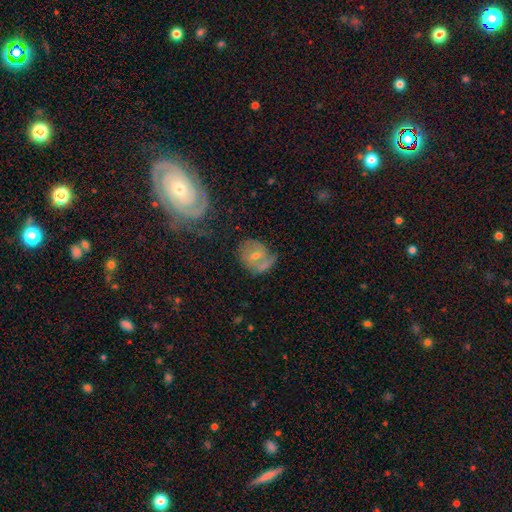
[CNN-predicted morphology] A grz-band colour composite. It shows a featured or disk galaxy (61%) with no bar (49%), spiral arms (76%) and a small central bulge (48%). Merging: none (55%).